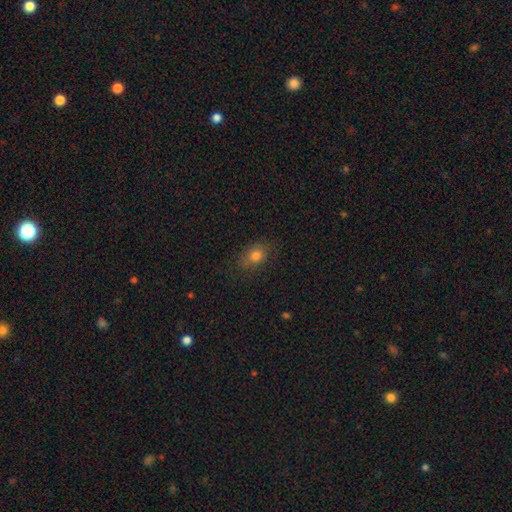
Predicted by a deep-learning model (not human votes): A smooth galaxy with no disk features (77%) that is in between round and cigar-shaped (69%).

Vote fractions:
- Smooth or featured? smooth: 77% / featured or disk: 12% / star or artifact: 11%
- How rounded? in between: 69% / round: 29% / cigar-shaped: 2%
- Merging? none: 76% / minor disturbance: 18% / major disturbance: 5% / merger: 1%